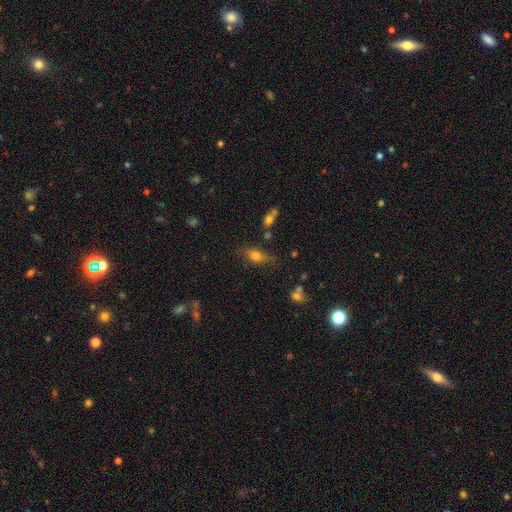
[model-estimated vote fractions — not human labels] Smooth or featured? smooth (65%)
How rounded? in between (73%)
Merging? none (68%)